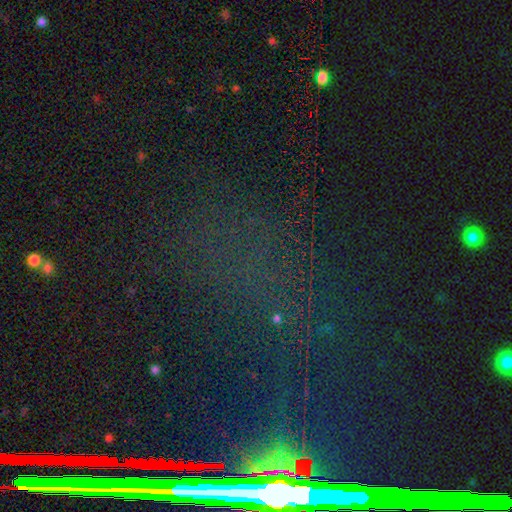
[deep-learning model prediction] Smooth or featured? Predicted: star or artifact (p=0.69).